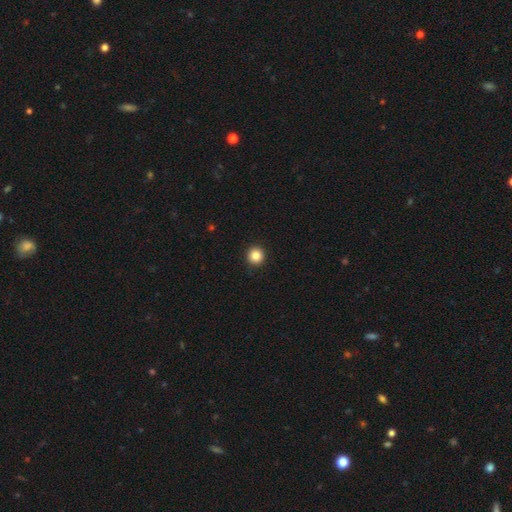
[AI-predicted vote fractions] The model was most divided on "smooth or featured": smooth: 85%, star or artifact: 10%, featured or disk: 4%. More confident: how rounded — round (95%); merging — none (93%).